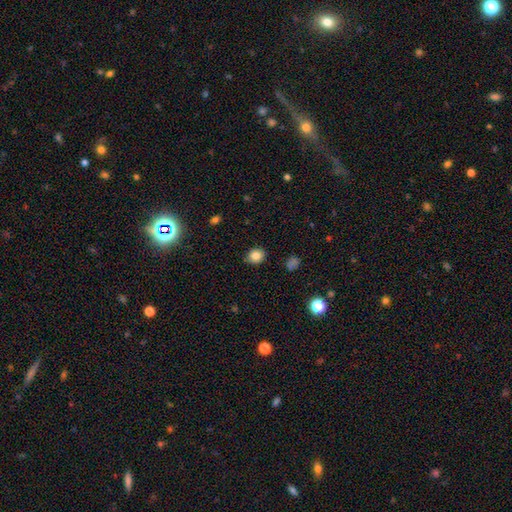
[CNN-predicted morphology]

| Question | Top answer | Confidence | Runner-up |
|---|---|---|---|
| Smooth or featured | smooth | 83% | star or artifact (11%) |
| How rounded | round | 70% | in between (29%) |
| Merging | none | 88% | minor disturbance (9%) |